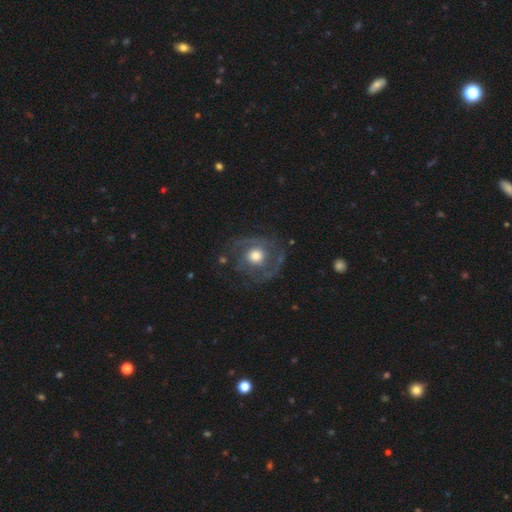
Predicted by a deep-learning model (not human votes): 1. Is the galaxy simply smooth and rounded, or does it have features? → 72% featured or disk, 22% smooth, 7% star or artifact.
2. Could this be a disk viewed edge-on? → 97% no, 3% yes.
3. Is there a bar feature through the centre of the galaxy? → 80% no, 16% weak, 4% strong.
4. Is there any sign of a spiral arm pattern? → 78% yes, 22% no.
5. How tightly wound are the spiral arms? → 43% medium, 40% tight, 17% loose.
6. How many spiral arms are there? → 59% 2, 18% can't tell, 9% 3, 7% 1, 3% 4, 3% more than 4.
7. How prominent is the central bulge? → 57% moderate, 33% large, 6% small, 3% dominant, 1% none.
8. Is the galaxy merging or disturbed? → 69% none, 16% minor disturbance, 12% major disturbance, 2% merger.